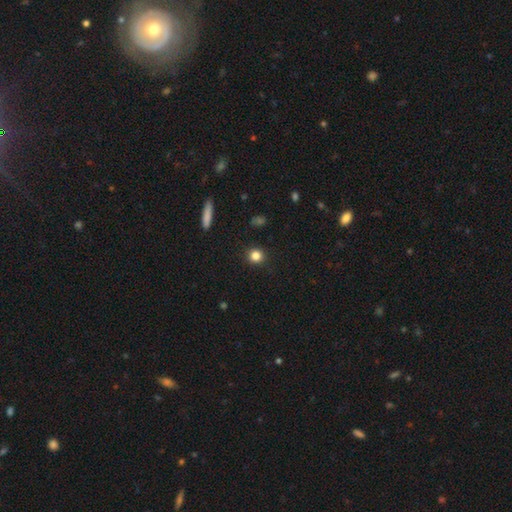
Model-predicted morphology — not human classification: smooth 83%, star or artifact 12%, featured or disk 5%. Down the decision tree: how rounded — round (90%); merging — none (91%).